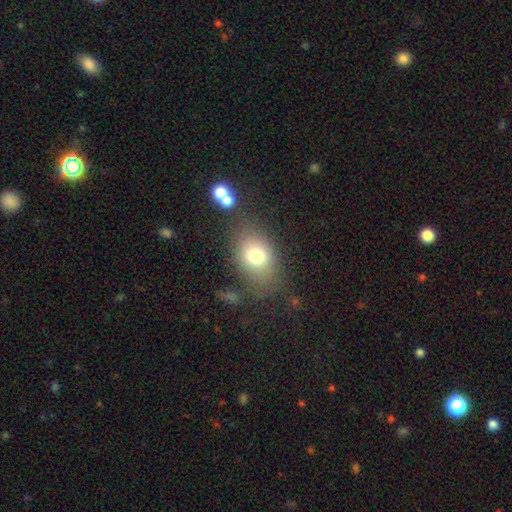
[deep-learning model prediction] Smooth or featured? Predicted: smooth (p=0.75). How rounded? Predicted: in between (p=0.70). Merging? Predicted: none (p=0.64).